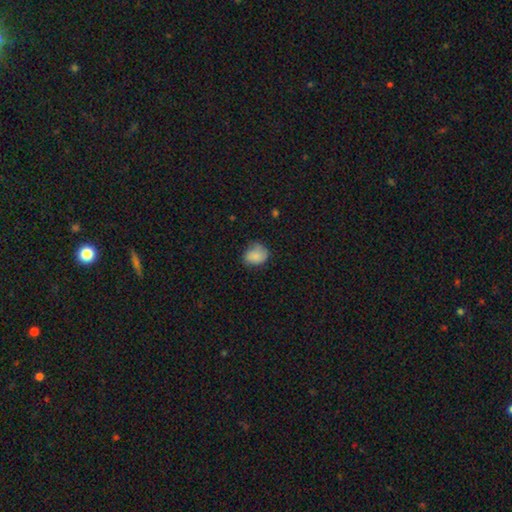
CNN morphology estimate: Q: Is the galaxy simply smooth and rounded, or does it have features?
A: smooth — 82%.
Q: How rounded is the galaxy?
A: in between — 50%.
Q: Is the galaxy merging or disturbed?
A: none — 57%.